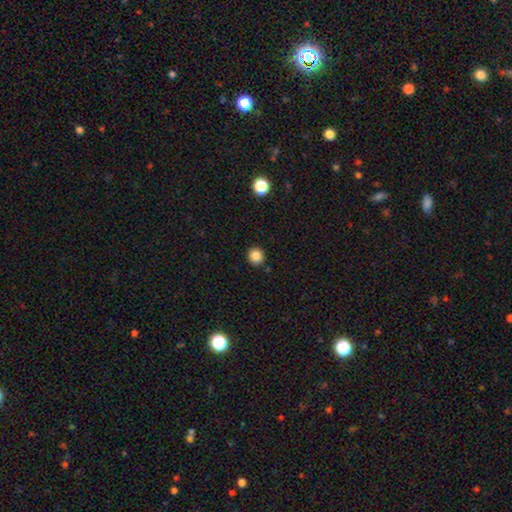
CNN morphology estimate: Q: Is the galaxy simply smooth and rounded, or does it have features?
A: smooth — 85%.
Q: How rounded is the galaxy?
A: round — 87%.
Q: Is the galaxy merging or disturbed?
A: none — 90%.